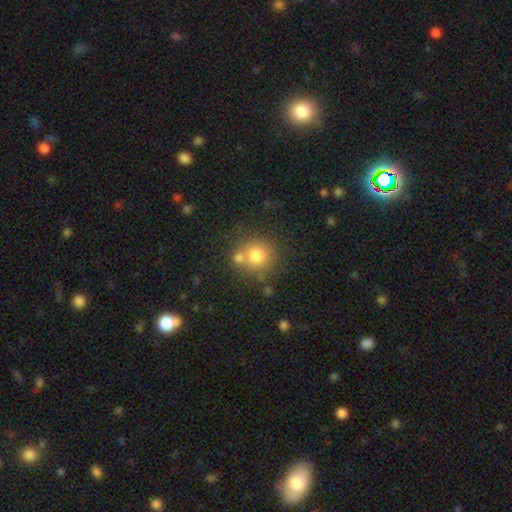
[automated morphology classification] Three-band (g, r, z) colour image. It shows a smooth galaxy with no disk features (77%) that is round (91%). Merging: none (61%).